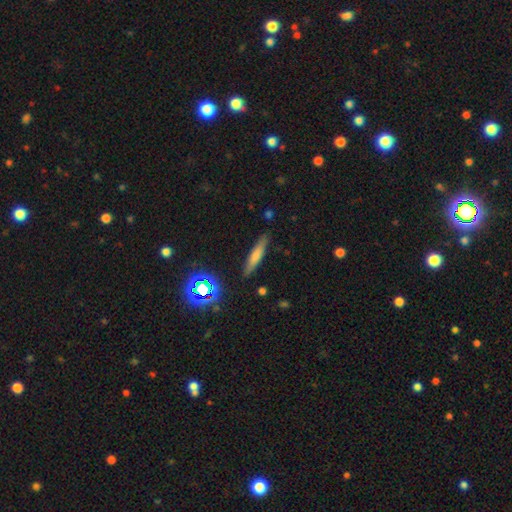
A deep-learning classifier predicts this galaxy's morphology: Smooth or featured? Predicted: smooth (p=0.63). How rounded? Predicted: cigar-shaped (p=0.85). Merging? Predicted: none (p=0.86).